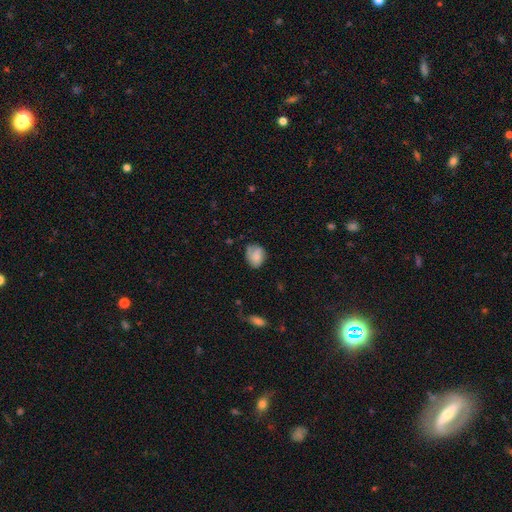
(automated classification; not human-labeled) The model was most divided on "how rounded": in between: 54%, round: 44%, cigar-shaped: 1%. More confident: smooth or featured — smooth (72%); merging — none (56%).